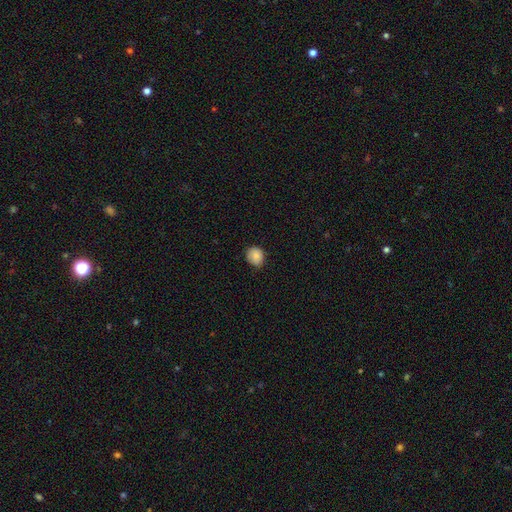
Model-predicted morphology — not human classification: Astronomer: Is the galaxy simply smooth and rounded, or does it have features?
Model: smooth — 84%.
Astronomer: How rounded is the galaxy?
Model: round — 75%.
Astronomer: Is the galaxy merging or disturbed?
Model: none — 78%.